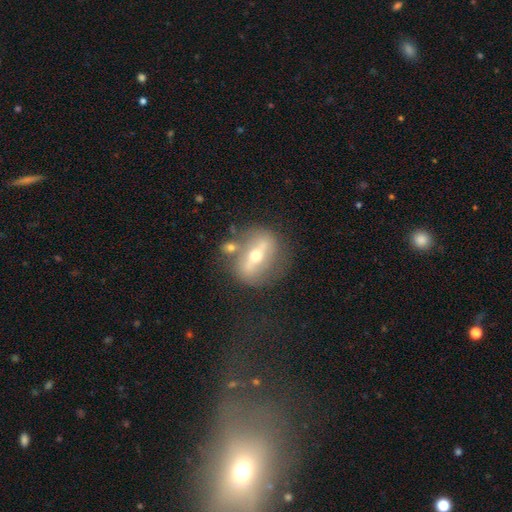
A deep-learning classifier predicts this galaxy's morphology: This is likely a featured or disk galaxy (69%). It is likely not viewed edge-on (72%). Bar: likely strong (68%). Spiral arm pattern: likely no (69%). Central bulge: likely moderate (64%). Merging: likely none (70%).